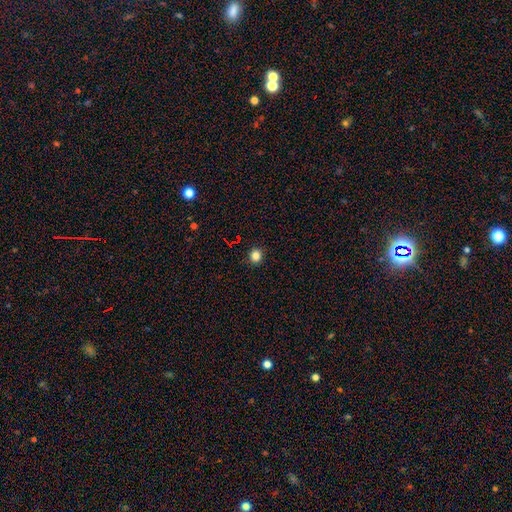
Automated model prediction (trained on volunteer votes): This is clearly a smooth galaxy (82%). How rounded: clearly round (90%). Merging: clearly none (92%).